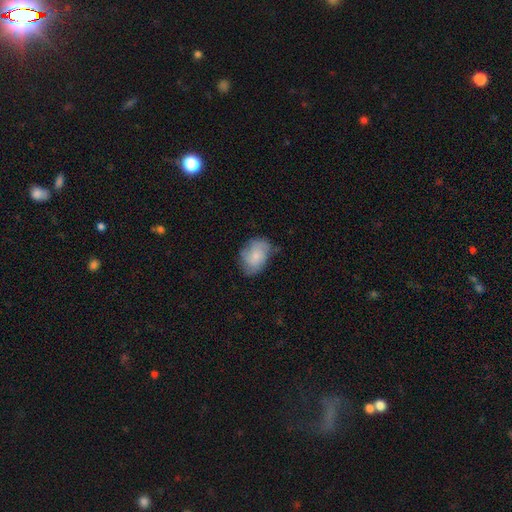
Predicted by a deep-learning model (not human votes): A smooth galaxy with no disk features (64%) that is in between round and cigar-shaped (72%).

Vote fractions:
- Smooth or featured? smooth: 64% / featured or disk: 29% / star or artifact: 7%
- How rounded? in between: 72% / round: 27% / cigar-shaped: 1%
- Merging? none: 54% / minor disturbance: 34% / major disturbance: 11% / merger: 2%